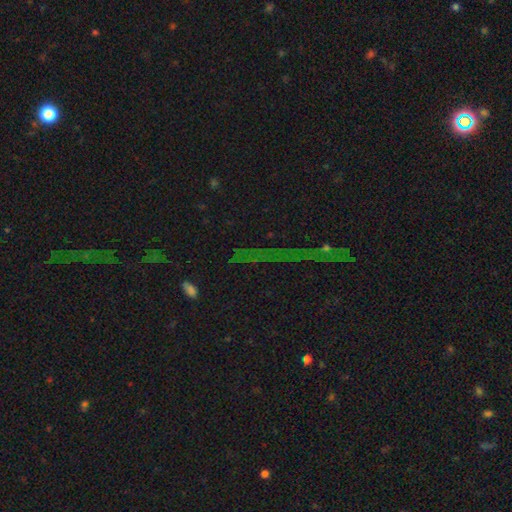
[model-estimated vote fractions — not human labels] smooth-or-featured: star or artifact: 76% | smooth: 13% | featured or disk: 11%